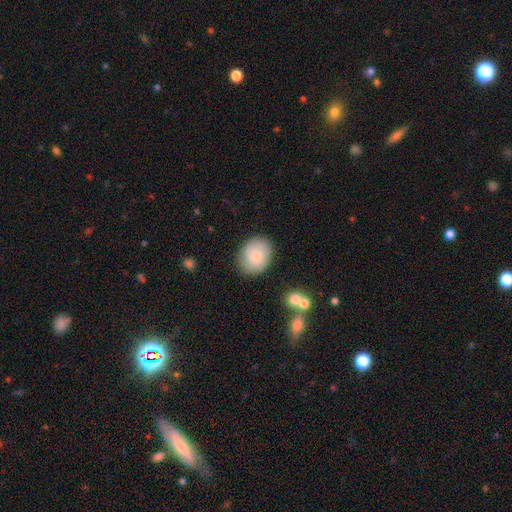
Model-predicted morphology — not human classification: A smooth galaxy with no disk features (72%) that is round (51%).

Vote fractions:
- Smooth or featured? smooth: 72% / featured or disk: 21% / star or artifact: 7%
- How rounded? round: 51% / in between: 49% / cigar-shaped: 1%
- Merging? none: 81% / minor disturbance: 14% / major disturbance: 3% / merger: 2%